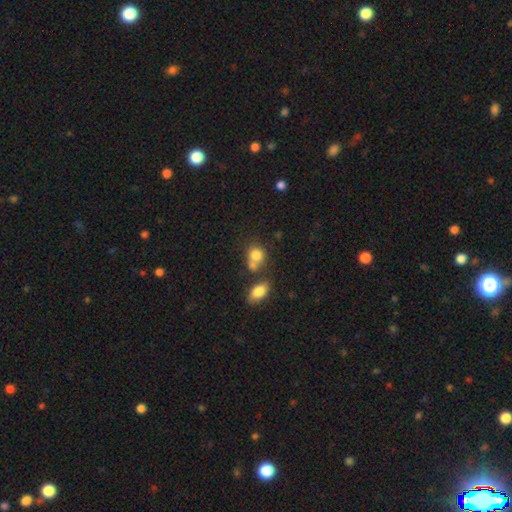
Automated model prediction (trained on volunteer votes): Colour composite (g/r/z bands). It shows a smooth galaxy with no disk features (81%) that is round (62%). Merging: merger (43%).